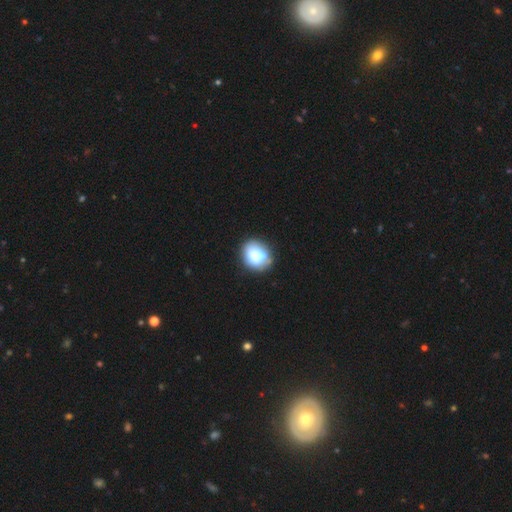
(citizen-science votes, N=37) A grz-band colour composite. It shows a smooth galaxy with no disk features (76%) that is round (64%). Merging: none (65%).